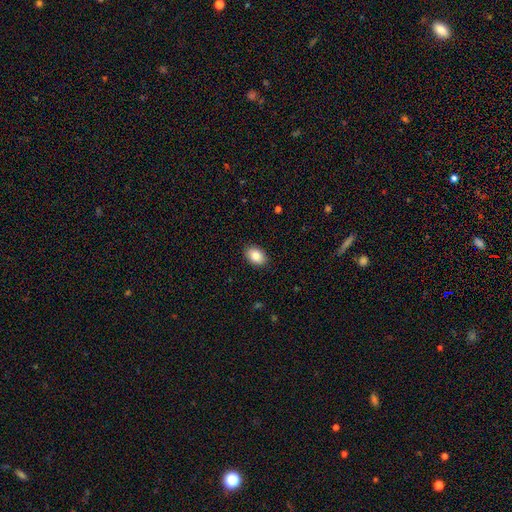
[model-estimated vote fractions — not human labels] Smooth or featured?
  - smooth: 86% *
  - star or artifact: 7%
  - featured or disk: 7%
How rounded?
  - in between: 82% *
  - round: 17%
  - cigar-shaped: 1%
Merging?
  - none: 89% *
  - minor disturbance: 8%
  - major disturbance: 2%
  - merger: 1%